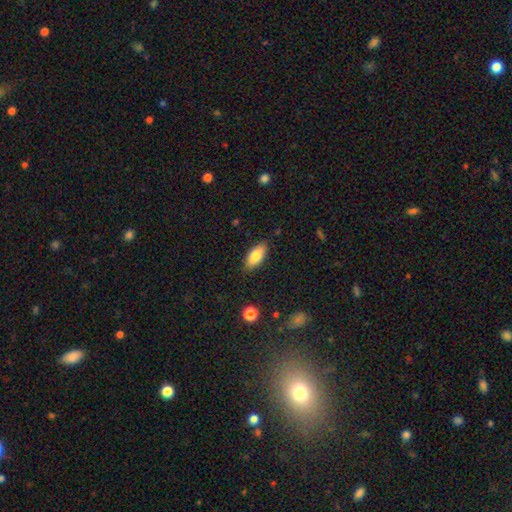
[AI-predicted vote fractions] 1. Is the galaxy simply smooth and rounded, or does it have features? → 80% smooth, 13% featured or disk, 7% star or artifact.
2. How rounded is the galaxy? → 86% in between, 11% cigar-shaped, 3% round.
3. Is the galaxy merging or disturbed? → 86% none, 11% minor disturbance, 2% major disturbance, 1% merger.